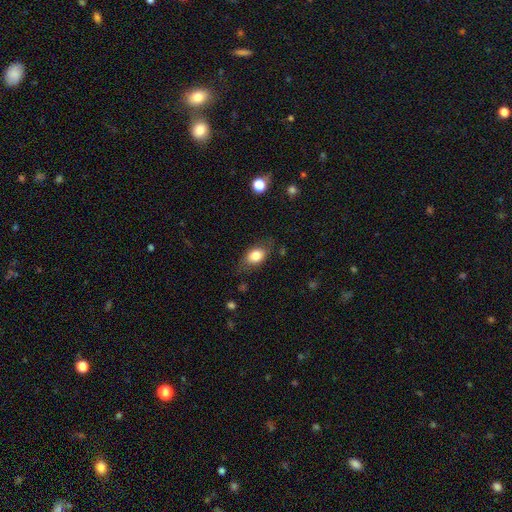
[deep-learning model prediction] A smooth galaxy with no disk features (79%) that is in between round and cigar-shaped (81%). Merging: none (73%).